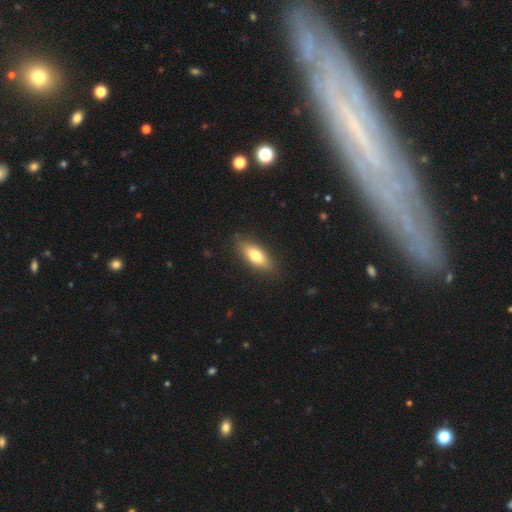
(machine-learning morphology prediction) type=smooth (73%); roundness=in between (71%); merging=none (85%).